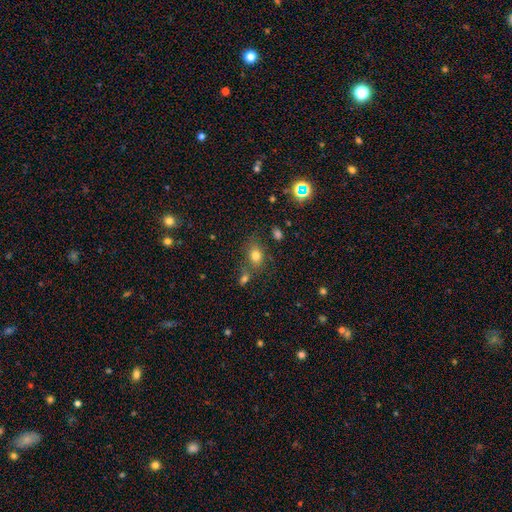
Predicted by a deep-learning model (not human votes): Smooth or featured: smooth — 76% (star or artifact — 14%)
How rounded: in between — 65% (round — 34%)
Merging: none — 65% (merger — 15%)